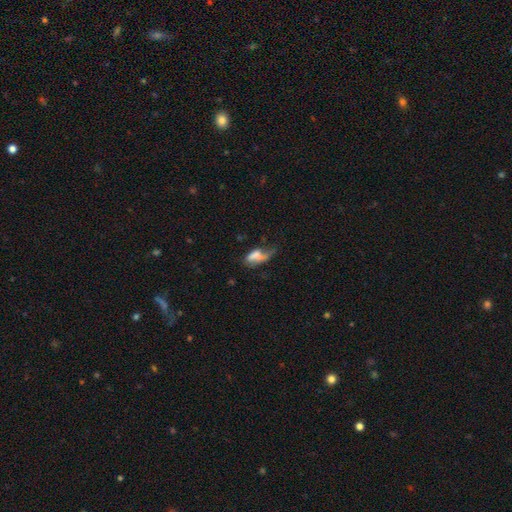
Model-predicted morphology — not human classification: type=smooth (54%); roundness=in between (82%); merging=major disturbance (43%).